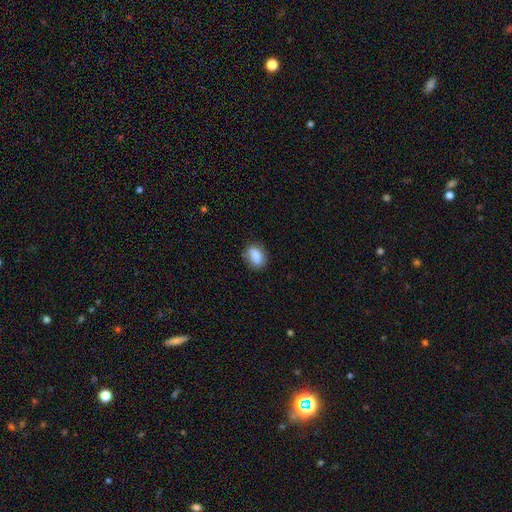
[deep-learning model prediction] This appears to be a smooth galaxy with no disk features (85%) that is in between round and cigar-shaped (81%). Merging: none (75%).